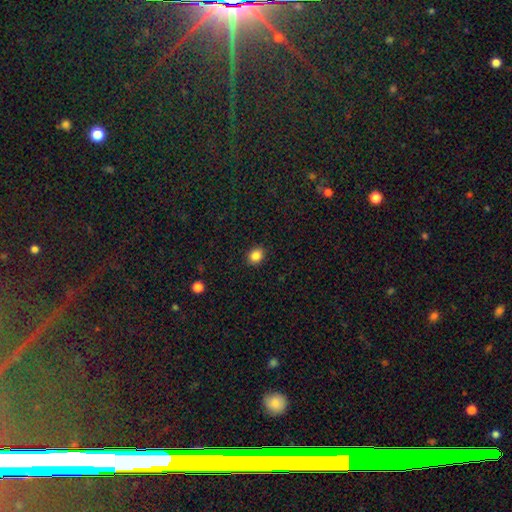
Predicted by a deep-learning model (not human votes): Smooth or featured? smooth (86%)
How rounded? round (60%)
Merging? none (89%)